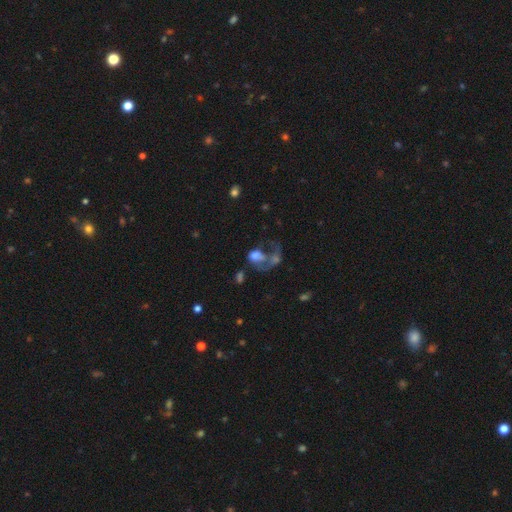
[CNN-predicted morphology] Overall: smooth (47%; featured or disk 39%). Merging: major disturbance (41%; merger 36%).